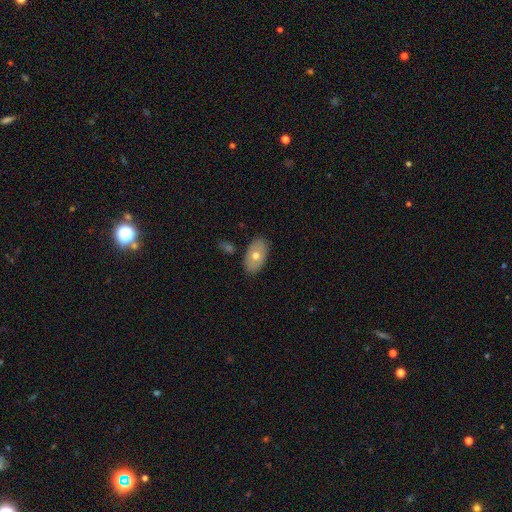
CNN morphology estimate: The model was most divided on "smooth or featured": smooth: 63%, featured or disk: 31%, star or artifact: 6%. More confident: how rounded — in between (92%); merging — none (84%).